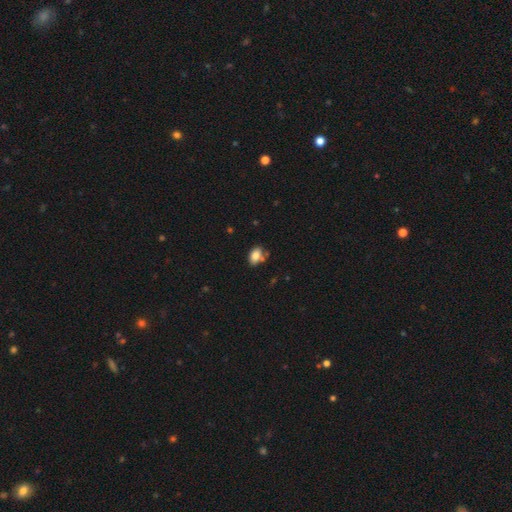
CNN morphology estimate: smooth_or_featured: smooth (p=0.81) [alt: featured or disk p=0.10]
how_rounded: in between (p=0.82) [alt: round p=0.17]
merging: none (p=0.62) [alt: minor disturbance p=0.20]